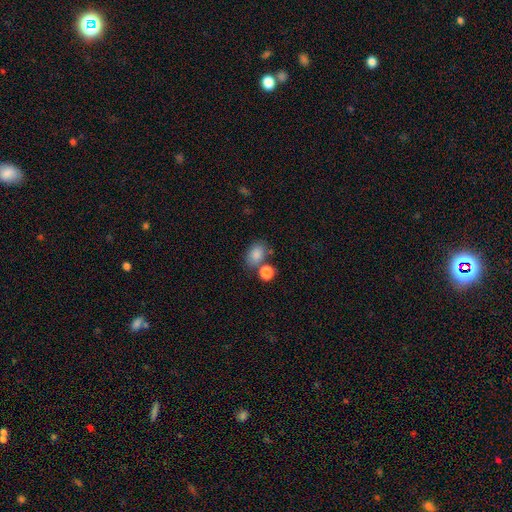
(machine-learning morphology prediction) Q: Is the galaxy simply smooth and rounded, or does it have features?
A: smooth — 84%.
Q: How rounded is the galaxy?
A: in between — 75%.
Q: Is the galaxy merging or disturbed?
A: none — 63%.